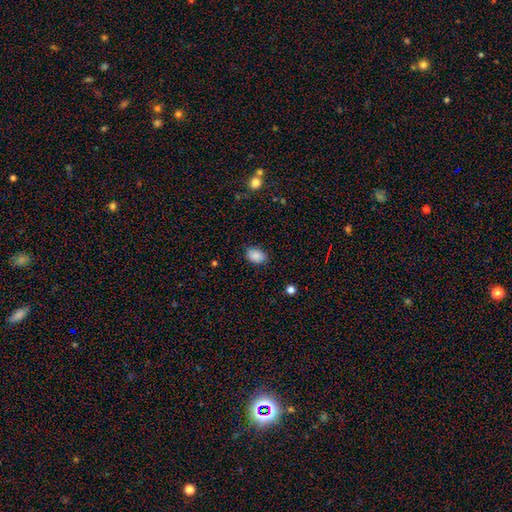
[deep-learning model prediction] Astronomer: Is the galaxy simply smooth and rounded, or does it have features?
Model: smooth — 88%.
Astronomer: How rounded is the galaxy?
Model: in between — 85%.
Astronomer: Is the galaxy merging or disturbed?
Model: none — 82%.